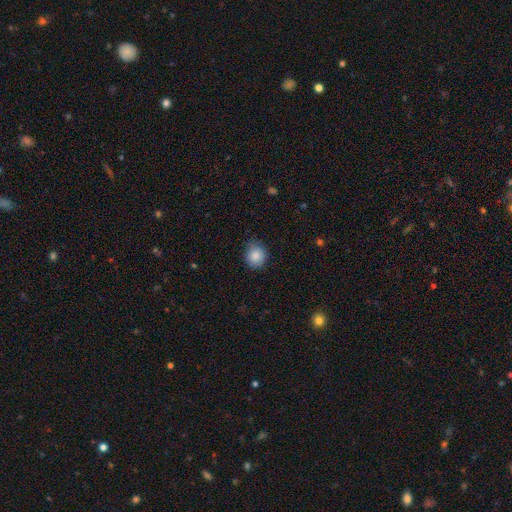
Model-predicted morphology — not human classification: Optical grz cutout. It shows a smooth galaxy with no disk features (87%) that is round (81%). Merging: none (76%).